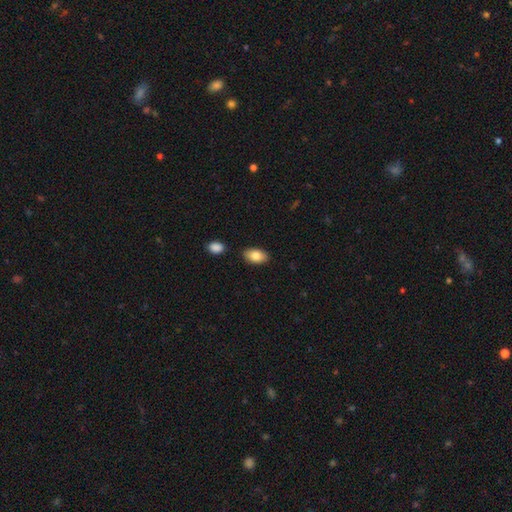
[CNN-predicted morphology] Smooth or featured: smooth — 83% (featured or disk — 10%)
How rounded: in between — 92% (round — 6%)
Merging: none — 85% (minor disturbance — 10%)